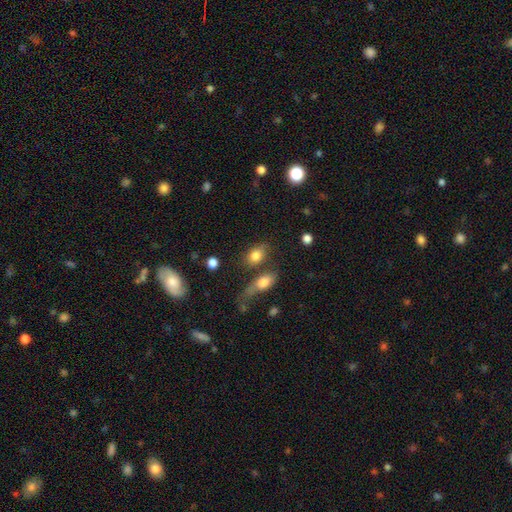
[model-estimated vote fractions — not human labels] Smooth or featured? smooth (81%)
How rounded? in between (74%)
Merging? none (56%)